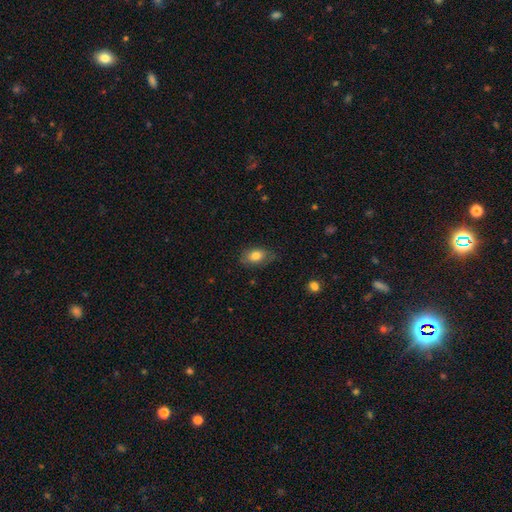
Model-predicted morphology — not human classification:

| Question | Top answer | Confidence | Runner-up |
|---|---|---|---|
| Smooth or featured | smooth | 79% | featured or disk (13%) |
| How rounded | in between | 87% | round (10%) |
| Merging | none | 72% | minor disturbance (21%) |